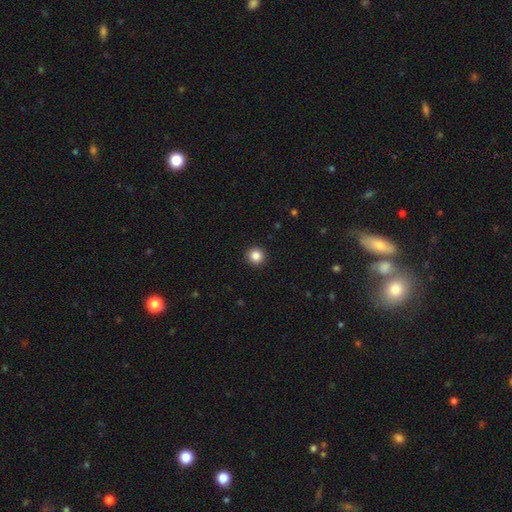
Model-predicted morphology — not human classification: The model was most divided on "smooth or featured": smooth: 85%, star or artifact: 10%, featured or disk: 4%. More confident: how rounded — round (95%); merging — none (93%).